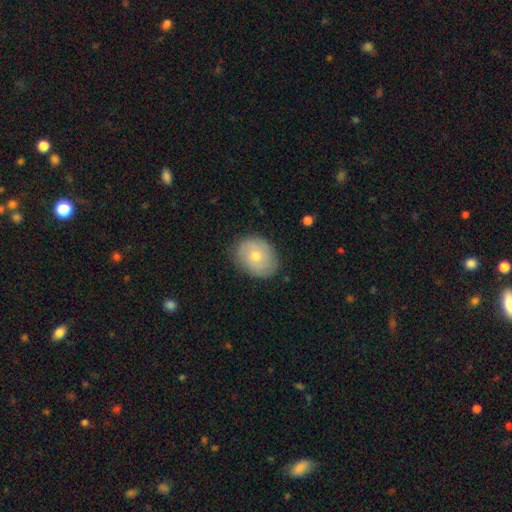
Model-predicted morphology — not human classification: Smooth or featured? Predicted: smooth (p=0.63). How rounded? Predicted: in between (p=0.53). Merging? Predicted: none (p=0.82).